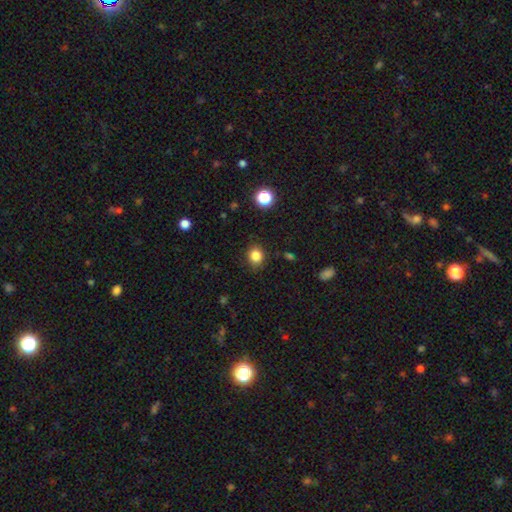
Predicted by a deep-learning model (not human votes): Morphology: type=smooth (84%); roundness=round (73%); merging=none (85%).